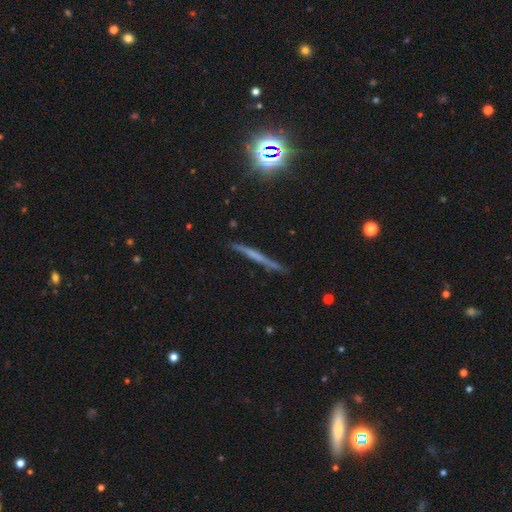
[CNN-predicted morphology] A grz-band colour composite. It shows a featured or disk galaxy (49%). Merging: none (86%).